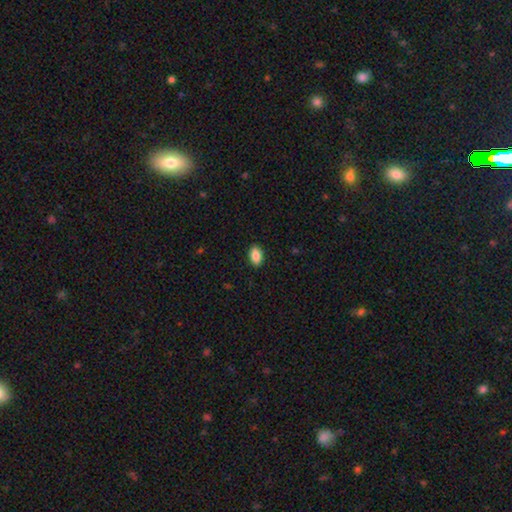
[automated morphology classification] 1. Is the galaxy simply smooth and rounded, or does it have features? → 86% smooth, 7% star or artifact, 7% featured or disk.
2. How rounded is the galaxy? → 91% in between, 6% round, 3% cigar-shaped.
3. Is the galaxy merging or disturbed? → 90% none, 7% minor disturbance, 2% major disturbance, 1% merger.